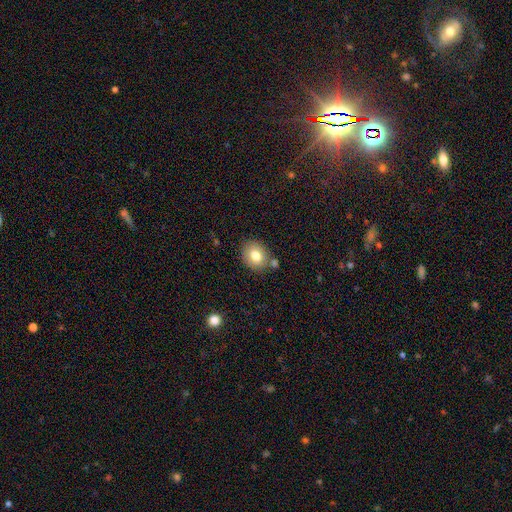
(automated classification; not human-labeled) smooth_or_featured: smooth (p=0.78) [alt: featured or disk p=0.13]
how_rounded: in between (p=0.50) [tied with: round p=0.50]
merging: none (p=0.75) [alt: minor disturbance p=0.13]